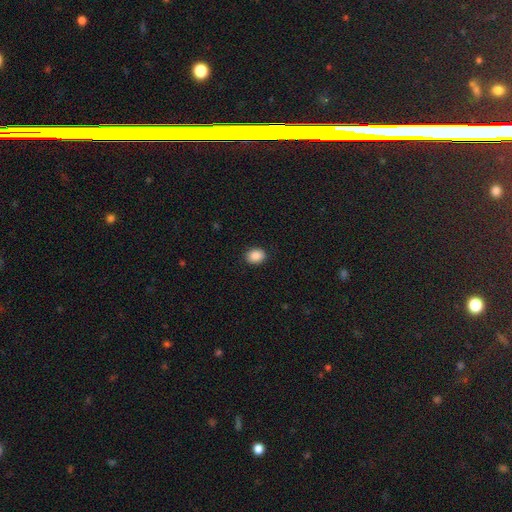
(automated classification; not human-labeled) This is clearly a smooth galaxy (89%). How rounded: possibly in between (54%). Merging: clearly none (90%).